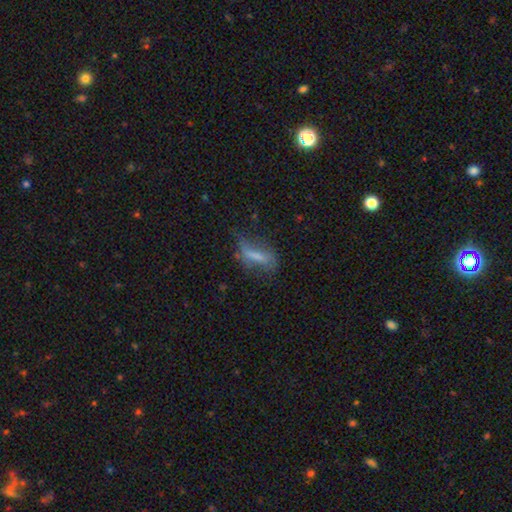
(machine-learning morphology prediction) Q: Smooth or featured?
A: smooth (47%); runner-up: featured or disk (39%)
Q: Merging?
A: none (43%); runner-up: minor disturbance (30%)